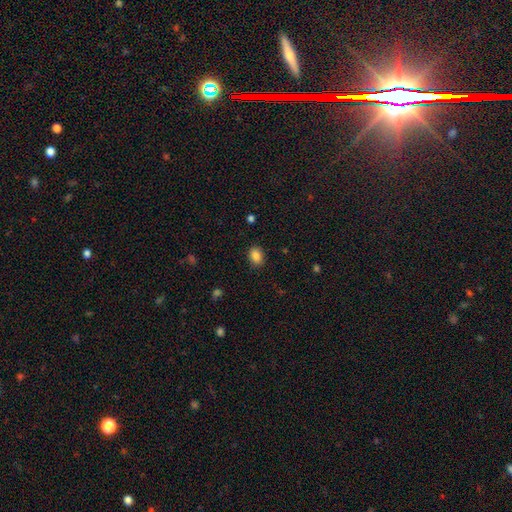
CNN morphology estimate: smooth_or_featured: smooth (p=0.87) [alt: star or artifact p=0.09]
how_rounded: in between (p=0.69) [alt: round p=0.30]
merging: none (p=0.87) [alt: minor disturbance p=0.09]